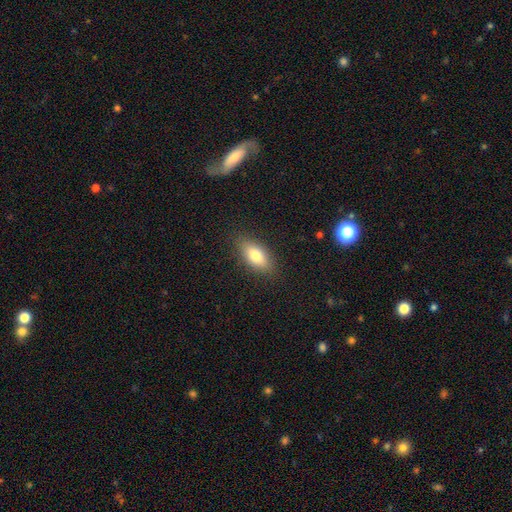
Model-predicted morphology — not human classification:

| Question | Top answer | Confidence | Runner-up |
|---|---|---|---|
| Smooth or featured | smooth | 78% | featured or disk (15%) |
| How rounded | in between | 85% | cigar-shaped (11%) |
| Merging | none | 86% | minor disturbance (10%) |